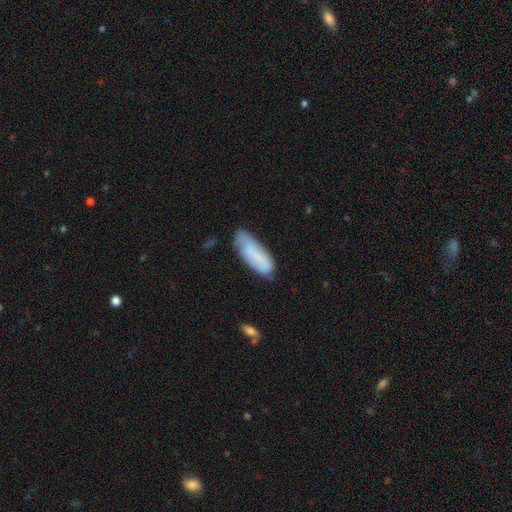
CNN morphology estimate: smooth_or_featured: smooth (p=0.72) [alt: featured or disk p=0.21]
how_rounded: in between (p=0.65) [alt: cigar-shaped p=0.33]
merging: none (p=0.58) [alt: minor disturbance p=0.30]